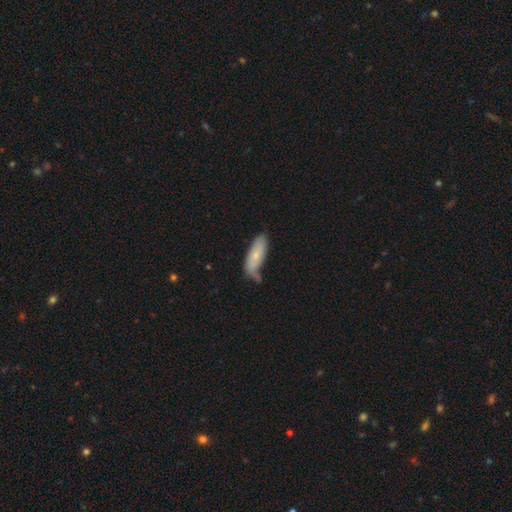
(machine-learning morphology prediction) Smooth or featured: smooth — 69% (featured or disk — 25%)
How rounded: in between — 68% (cigar-shaped — 30%)
Merging: none — 46% (minor disturbance — 33%)